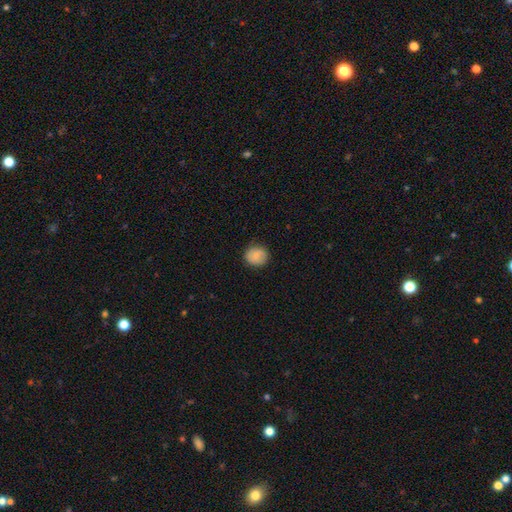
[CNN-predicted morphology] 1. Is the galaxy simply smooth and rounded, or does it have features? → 79% smooth, 14% featured or disk, 7% star or artifact.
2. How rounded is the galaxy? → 85% round, 14% in between, 1% cigar-shaped.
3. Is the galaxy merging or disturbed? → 85% none, 12% minor disturbance, 3% major disturbance, 1% merger.